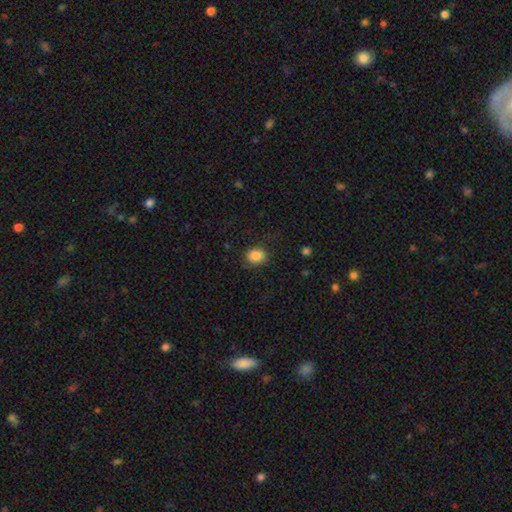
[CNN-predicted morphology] A smooth galaxy with no disk features (86%) that is in between round and cigar-shaped (57%). Merging: none (80%).